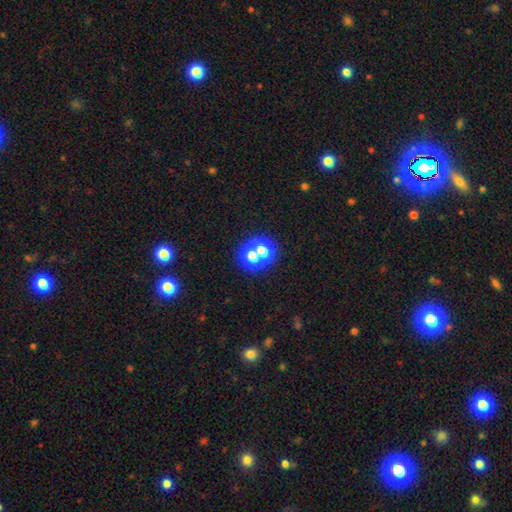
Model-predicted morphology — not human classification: A star or artifact, not a galaxy (56%).